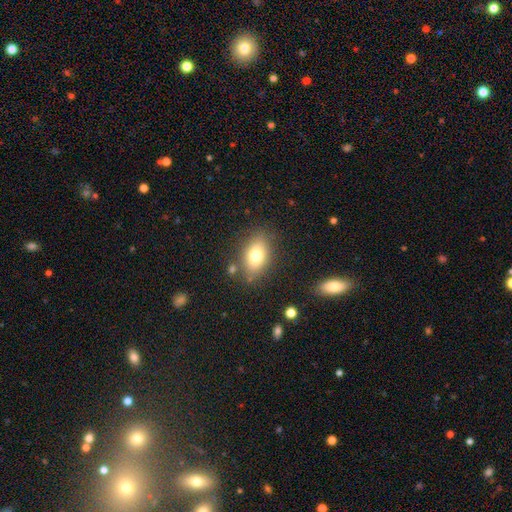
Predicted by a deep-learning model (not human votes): smooth 75%, featured or disk 15%, star or artifact 10%. Down the decision tree: how rounded — in between (83%); merging — none (79%).